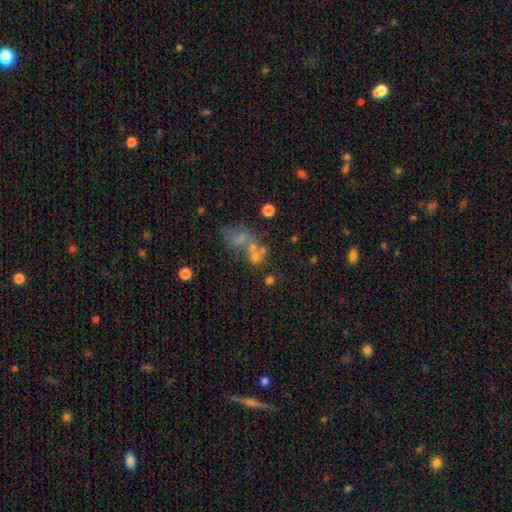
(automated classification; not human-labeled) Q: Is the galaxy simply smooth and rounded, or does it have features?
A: smooth — 44%.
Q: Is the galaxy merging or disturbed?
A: merger — 36%, tied with none.